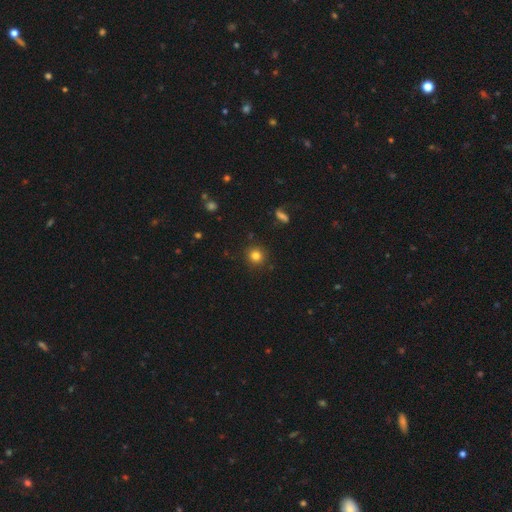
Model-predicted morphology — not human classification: smooth 81%, star or artifact 13%, featured or disk 6%. Down the decision tree: how rounded — round (92%); merging — none (90%).